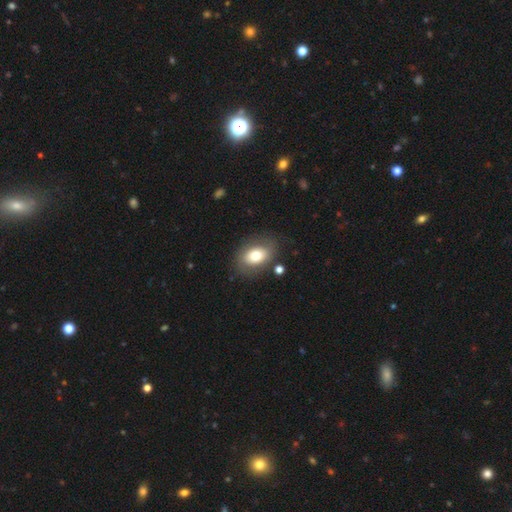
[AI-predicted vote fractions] Smooth or featured? smooth (71%)
How rounded? in between (80%)
Merging? none (78%)